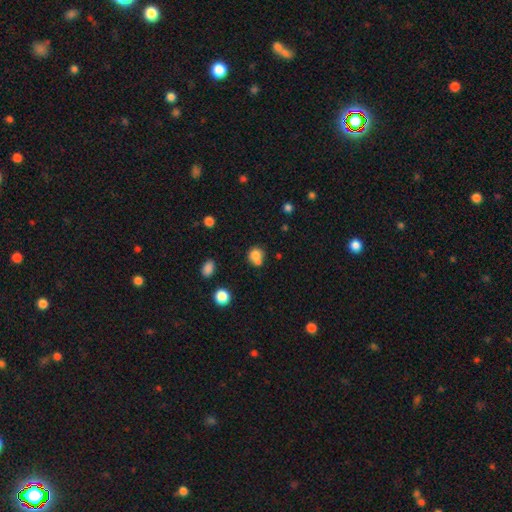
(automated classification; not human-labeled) smooth-or-featured: smooth: 78% | star or artifact: 12% | featured or disk: 10%
  how-rounded: round: 79% | in between: 20% | cigar-shaped: 1%
  merging: none: 49% | merger: 32% | minor disturbance: 14% | major disturbance: 5%